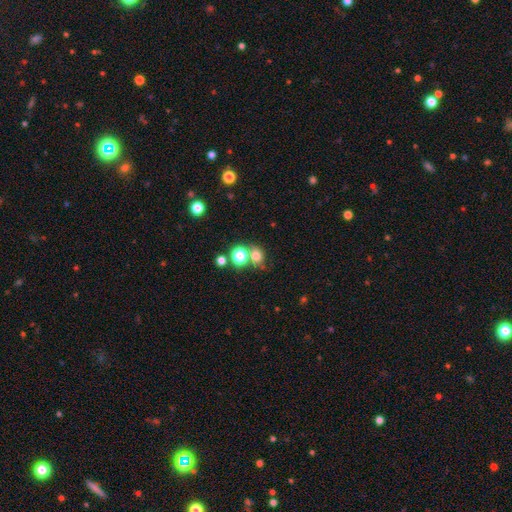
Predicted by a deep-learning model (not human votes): This appears to be a smooth galaxy with no disk features (71%) that is round (71%). Merging: none (59%).